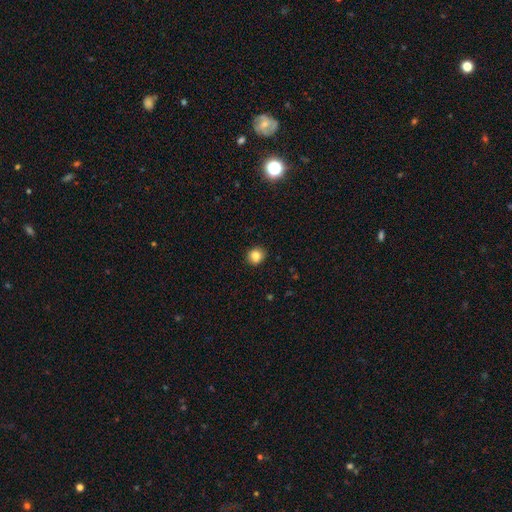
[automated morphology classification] The model was most divided on "smooth or featured": smooth: 84%, star or artifact: 11%, featured or disk: 6%. More confident: merging — none (88%); how rounded — round (86%).